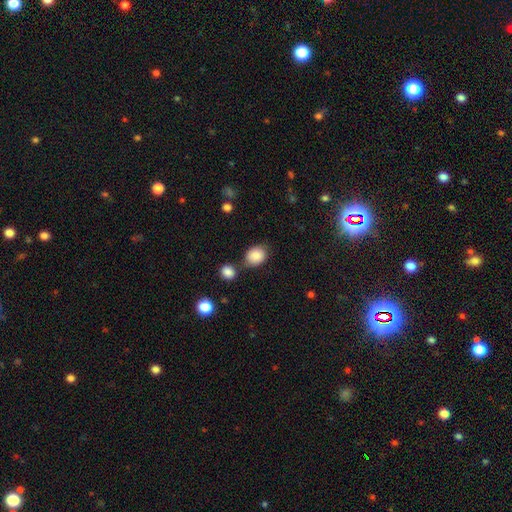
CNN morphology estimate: type=smooth (86%); roundness=in between (52%); merging=none (65%).